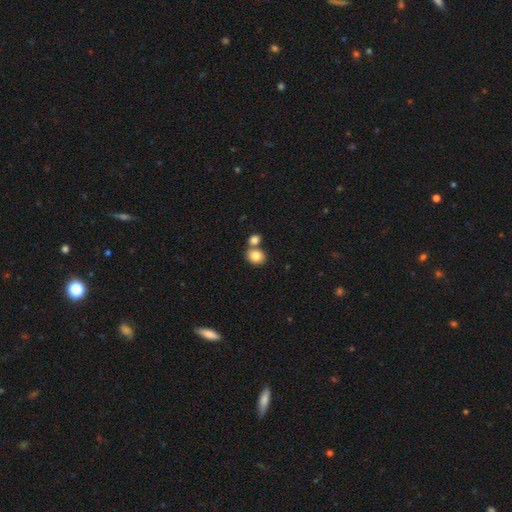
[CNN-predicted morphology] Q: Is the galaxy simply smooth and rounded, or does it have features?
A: smooth — 83%.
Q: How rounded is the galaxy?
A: round — 62%.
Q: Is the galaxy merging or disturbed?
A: none — 52%.